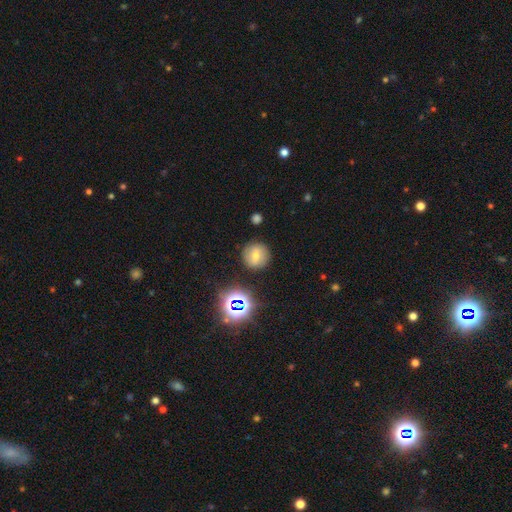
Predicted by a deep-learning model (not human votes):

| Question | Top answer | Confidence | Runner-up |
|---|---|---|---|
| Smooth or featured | smooth | 50% | featured or disk (25%) |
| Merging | none | 86% | minor disturbance (9%) |